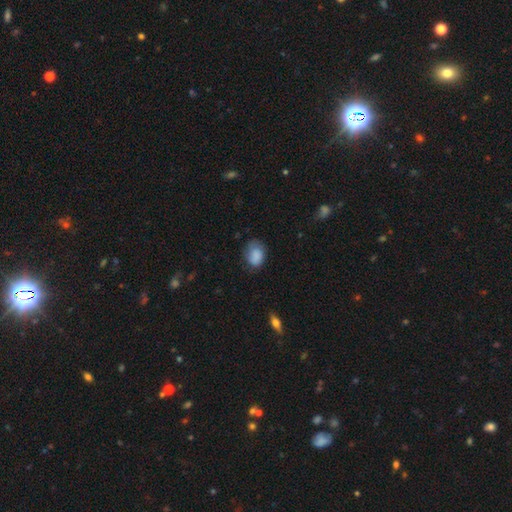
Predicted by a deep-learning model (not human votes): Smooth or featured? Predicted: smooth (p=0.84). How rounded? Predicted: in between (p=0.70). Merging? Predicted: none (p=0.58).